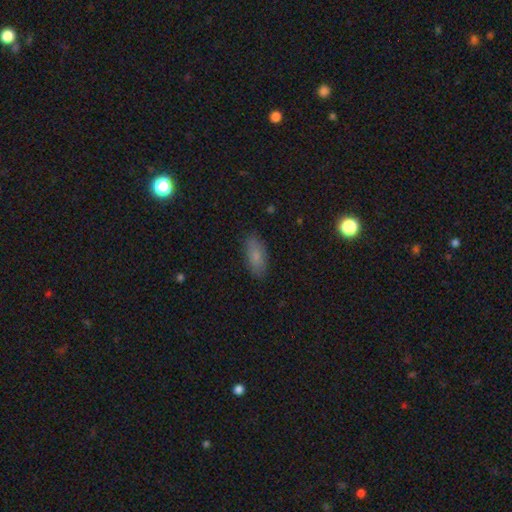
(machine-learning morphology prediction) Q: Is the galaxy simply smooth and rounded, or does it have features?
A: smooth — 80%.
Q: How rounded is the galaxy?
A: in between — 84%.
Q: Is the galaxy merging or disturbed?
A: none — 85%.